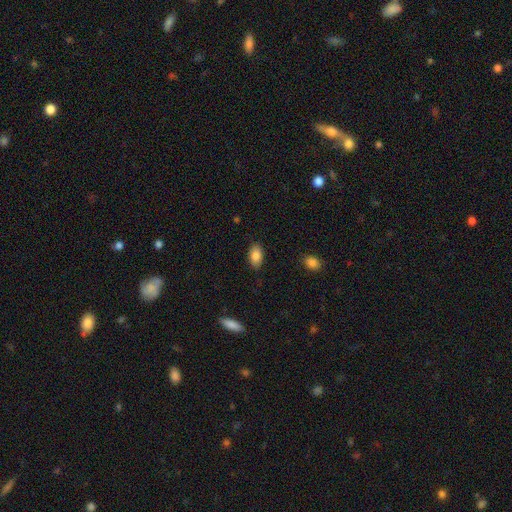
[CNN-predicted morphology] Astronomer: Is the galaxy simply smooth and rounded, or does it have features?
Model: smooth — 85%.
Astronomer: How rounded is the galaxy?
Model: in between — 92%.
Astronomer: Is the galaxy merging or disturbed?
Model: none — 86%.